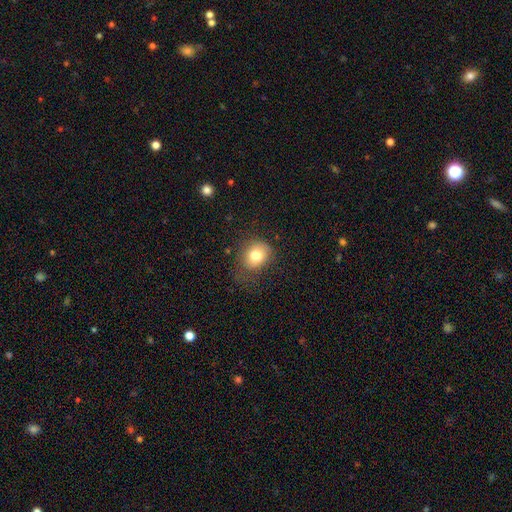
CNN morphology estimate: This is likely a smooth galaxy (76%). How rounded: likely round (64%). Merging: likely none (65%).